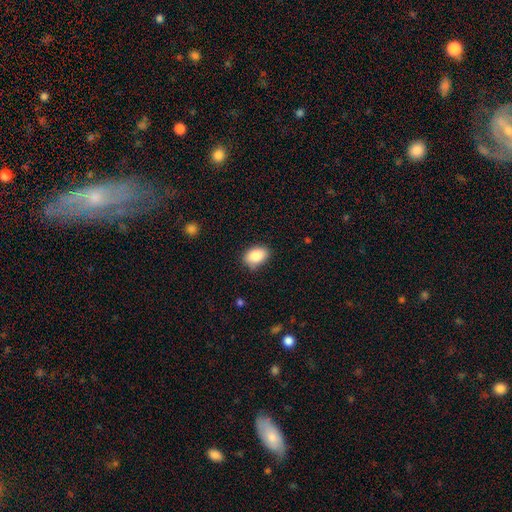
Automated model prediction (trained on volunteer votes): Smooth or featured? smooth (85%)
How rounded? in between (81%)
Merging? none (81%)